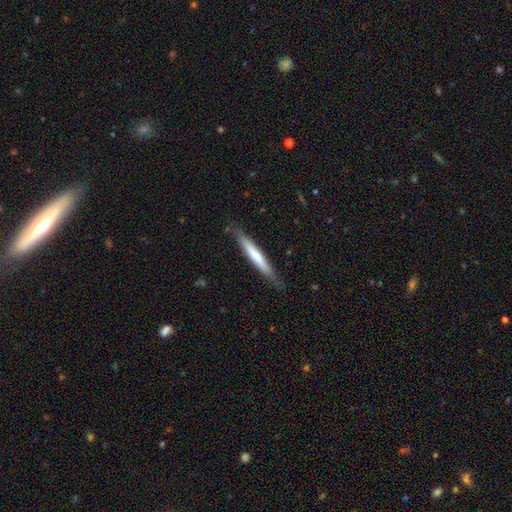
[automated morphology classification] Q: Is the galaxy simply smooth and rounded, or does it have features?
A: smooth — 52%.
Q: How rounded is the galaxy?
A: cigar-shaped — 94%.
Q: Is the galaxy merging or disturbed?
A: none — 82%.